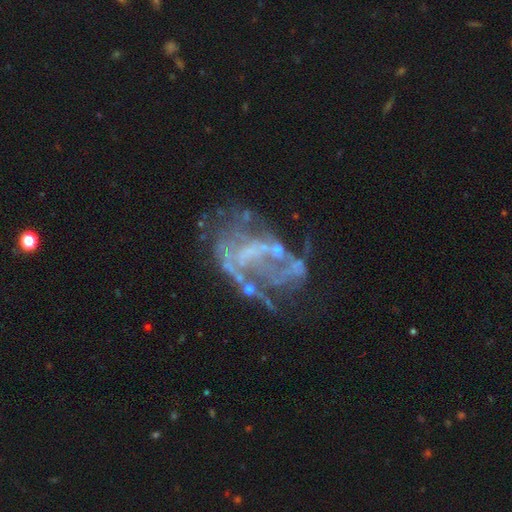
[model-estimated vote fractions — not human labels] A featured or disk galaxy (75%) with no bar (53%), no spiral arms (52%) and no central bulge (63%).

Vote fractions:
- Smooth or featured? featured or disk: 75% / star or artifact: 15% / smooth: 10%
- Edge-on disk? no: 97% / yes: 3%
- Bar? no: 53% / weak: 31% / strong: 16%
- Spiral arms? no: 52% / yes: 48%
- Bulge size? none: 63% / small: 24% / moderate: 11% / large: 2% / dominant: 1%
- Merging? none: 37% / major disturbance: 36% / minor disturbance: 17% / merger: 10%